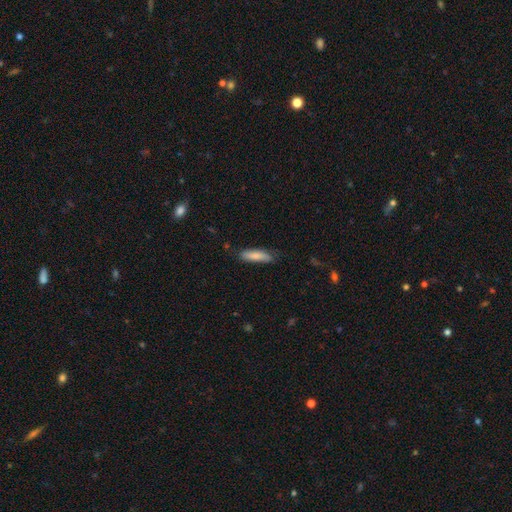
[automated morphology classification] Smooth or featured? smooth (81%)
How rounded? cigar-shaped (64%)
Merging? none (75%)